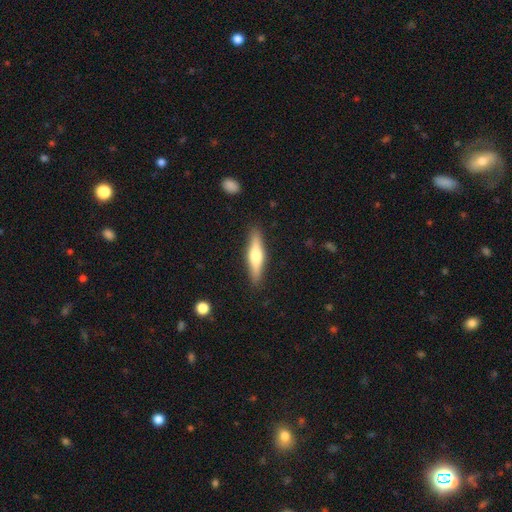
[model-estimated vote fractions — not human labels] A featured or disk galaxy (48%). Merging: none (89%).